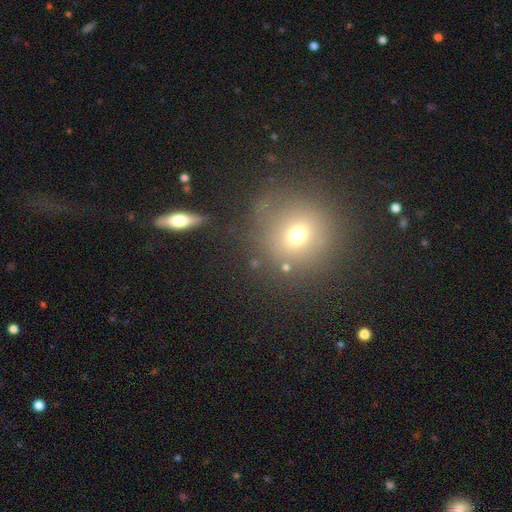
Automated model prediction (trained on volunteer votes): A smooth galaxy with no disk features (53%) that is round (91%). Merging: none (80%).